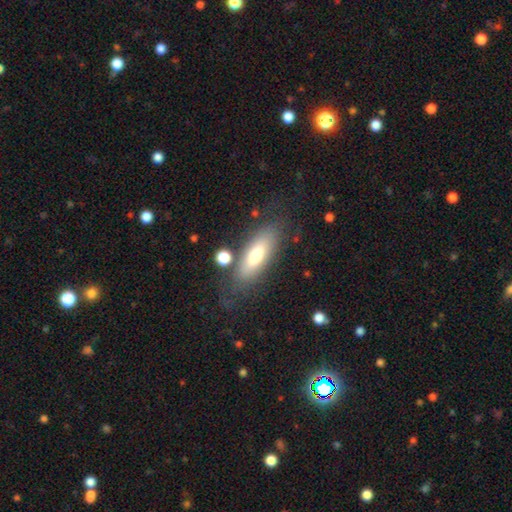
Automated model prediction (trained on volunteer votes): A smooth galaxy with no disk features (67%) that is in between round and cigar-shaped (62%). Merging: none (74%).